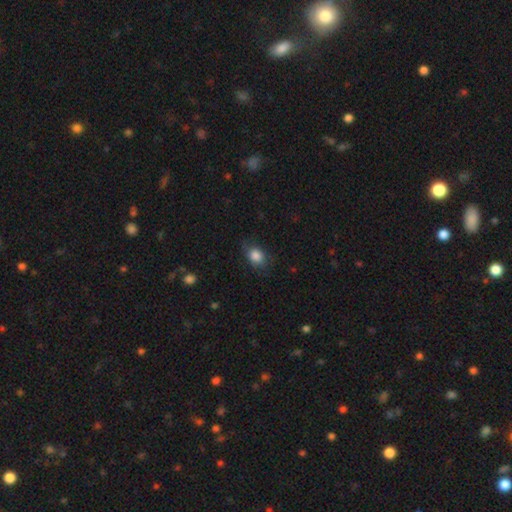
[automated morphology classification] Overall: smooth (85%). How rounded: in between (63%; round 36%). Merging: none (72%).